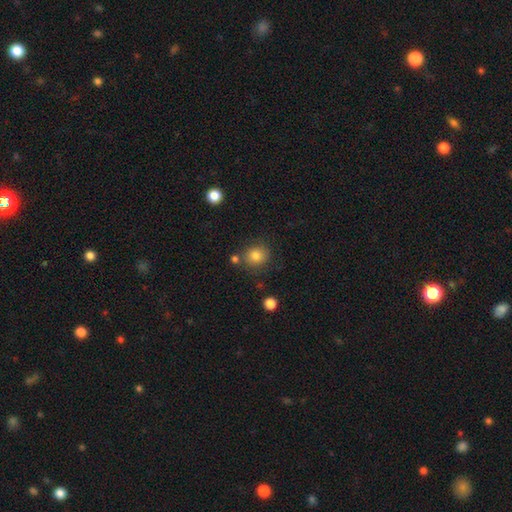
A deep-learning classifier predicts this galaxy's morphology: This is clearly a smooth galaxy (81%). How rounded: clearly round (81%). Merging: likely none (77%).